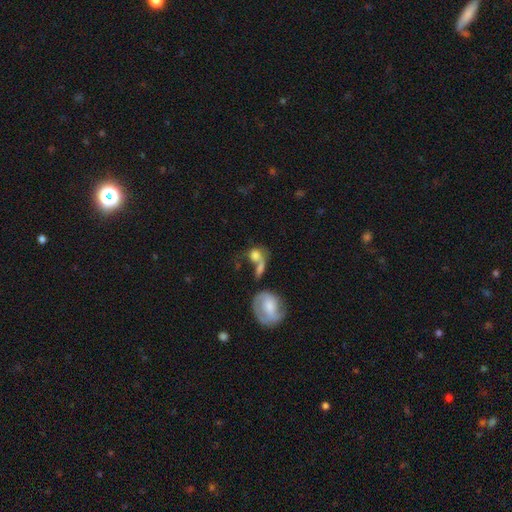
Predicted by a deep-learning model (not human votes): The model was most divided on "how rounded": round: 52%, in between: 44%, cigar-shaped: 4%. Remaining: smooth or featured — smooth (61%); merging — merger (42%).